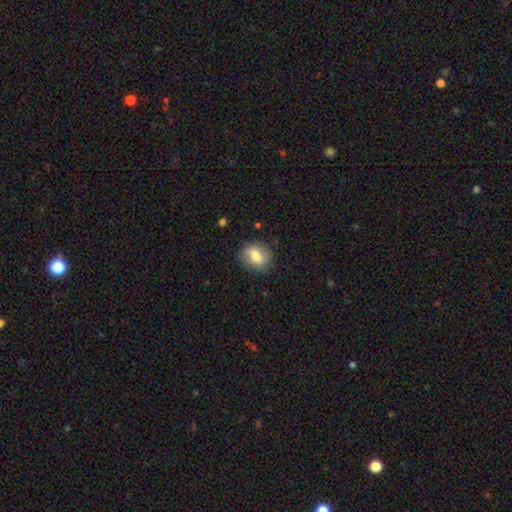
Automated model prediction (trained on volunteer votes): smooth 73%, featured or disk 19%, star or artifact 8%. Down the decision tree: how rounded — round (51%); merging — none (81%).